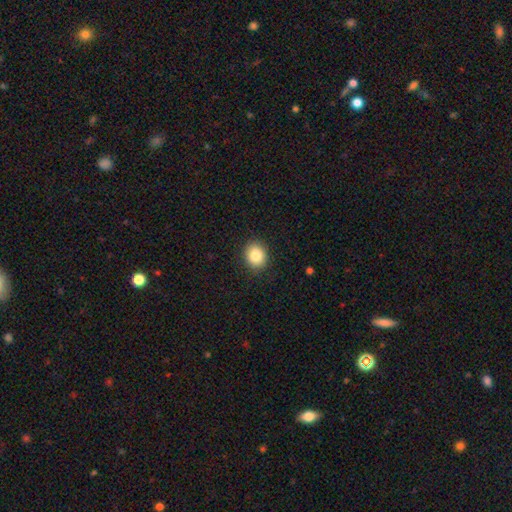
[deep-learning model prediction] smooth 84%, star or artifact 9%, featured or disk 7%. Down the decision tree: how rounded — round (66%); merging — none (89%).